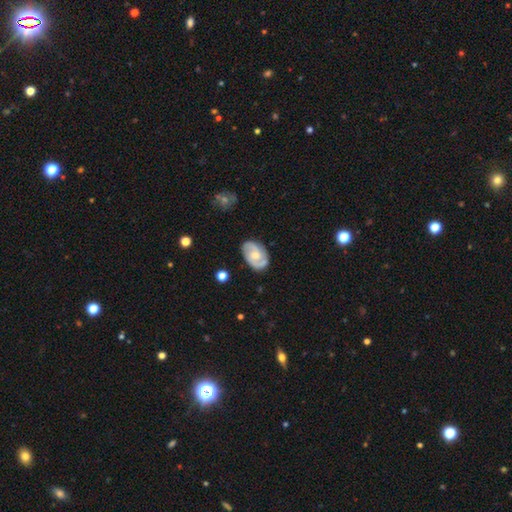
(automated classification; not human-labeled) Smooth or featured? featured or disk (73%)
Edge-on disk? no (97%)
Bar? no (58%)
Spiral arms? yes (92%)
Spiral winding? medium (47%)
Spiral arm count? 2 (82%)
Bulge size? moderate (57%)
Merging? none (79%)